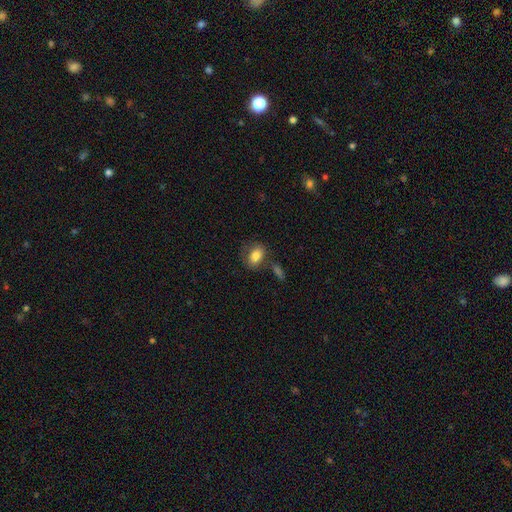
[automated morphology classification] The model was most divided on "merging": none: 65%, minor disturbance: 17%, merger: 11%, major disturbance: 7%. More confident: smooth or featured — smooth (80%); how rounded — in between (76%).